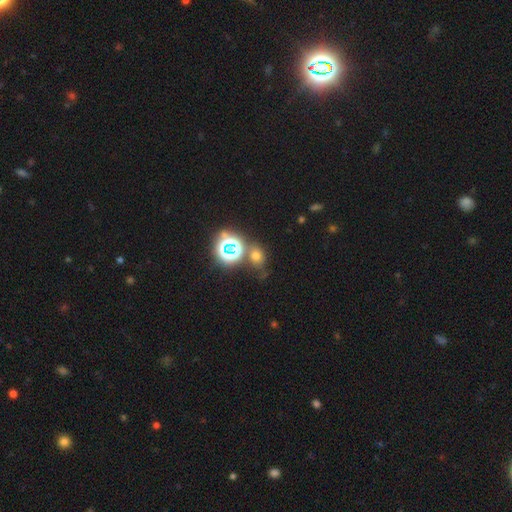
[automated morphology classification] Smooth or featured: smooth — 57% (star or artifact — 34%)
How rounded: round — 60% (in between — 39%)
Merging: none — 66% (minor disturbance — 15%)